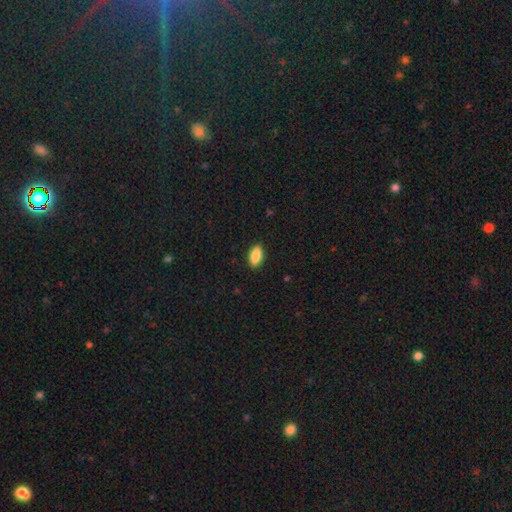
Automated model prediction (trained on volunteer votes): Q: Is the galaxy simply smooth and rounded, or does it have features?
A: smooth — 86%.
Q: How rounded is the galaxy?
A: in between — 88%.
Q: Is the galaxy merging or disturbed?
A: none — 88%.